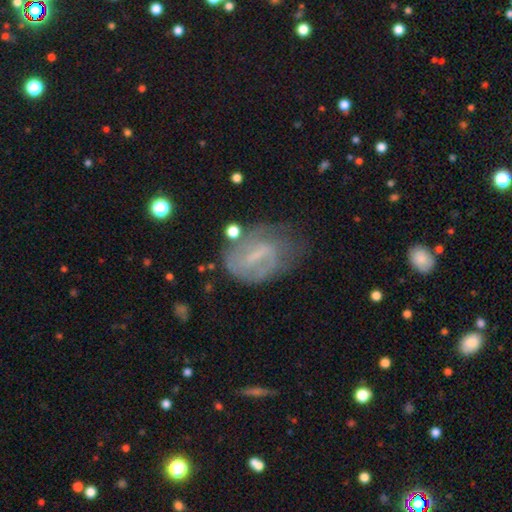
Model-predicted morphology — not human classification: Q: Smooth or featured?
A: featured or disk (62%); runner-up: smooth (28%)
Q: Edge-on disk?
A: no (95%); runner-up: yes (5%)
Q: Bar?
A: weak (47%); runner-up: strong (32%)
Q: Spiral arms?
A: yes (68%); runner-up: no (32%)
Q: Bulge size?
A: small (42%); runner-up: none (39%)
Q: Merging?
A: none (48%); runner-up: minor disturbance (28%)